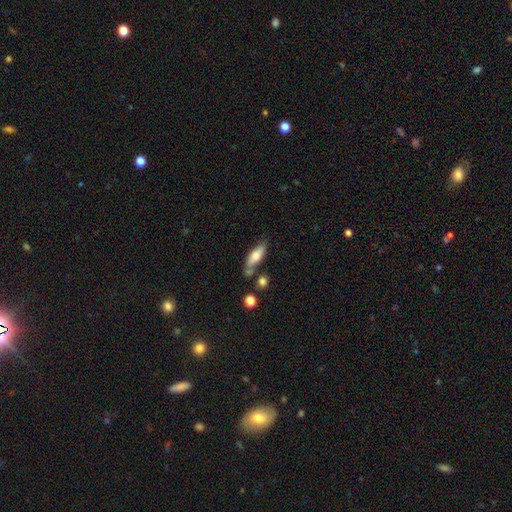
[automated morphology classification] This is likely a smooth galaxy (65%). How rounded: likely in between (60%). Merging: likely none (61%).